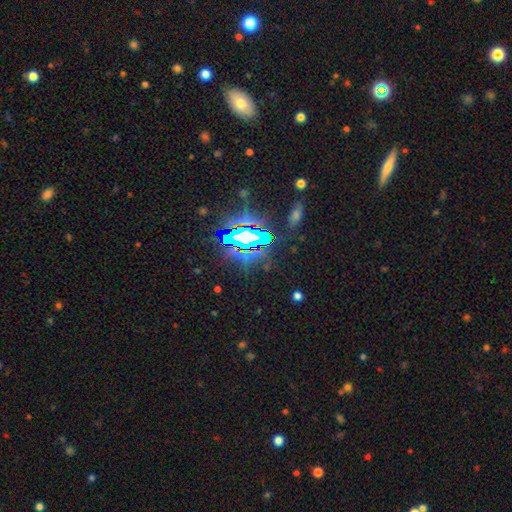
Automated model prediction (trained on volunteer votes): smooth-or-featured: star or artifact: 80% | smooth: 11% | featured or disk: 9%